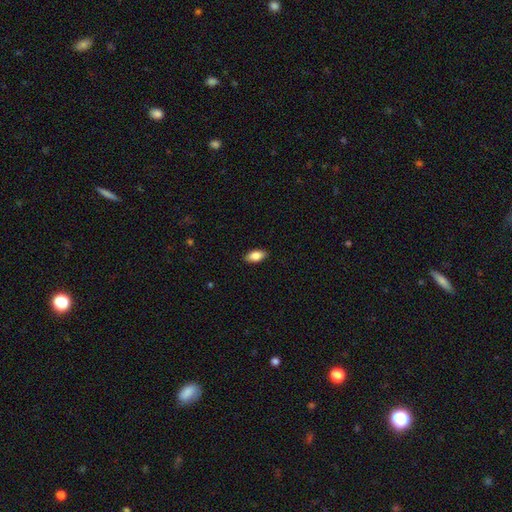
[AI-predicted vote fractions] This appears to be a smooth galaxy with no disk features (85%) that is in between round and cigar-shaped (91%). Merging: none (88%).